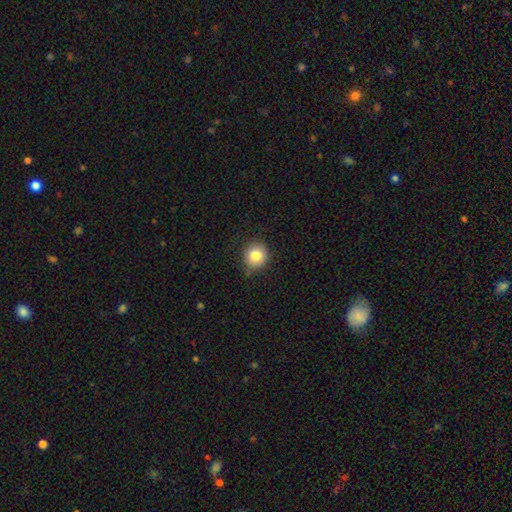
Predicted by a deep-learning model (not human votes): smooth 83%, star or artifact 10%, featured or disk 7%. Down the decision tree: how rounded — round (89%); merging — none (84%).